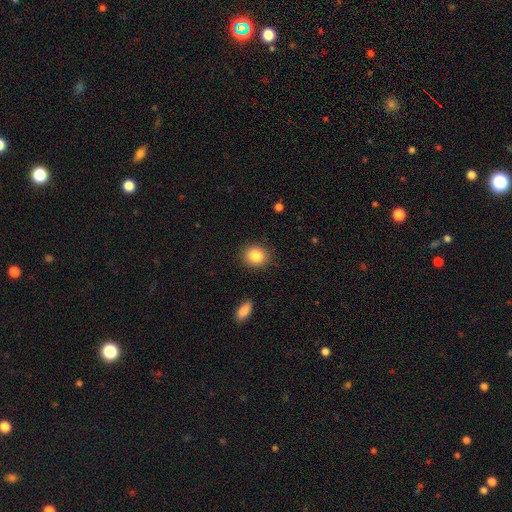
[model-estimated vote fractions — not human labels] This appears to be a smooth galaxy with no disk features (86%) that is round (74%). Merging: none (88%).